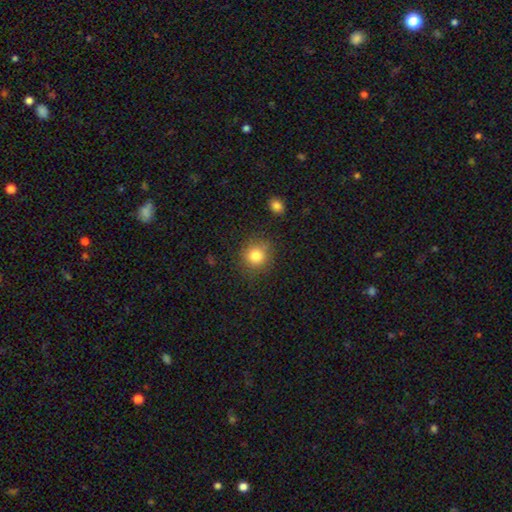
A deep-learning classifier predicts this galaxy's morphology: smooth 82%, star or artifact 11%, featured or disk 7%. Down the decision tree: how rounded — round (87%); merging — none (84%).